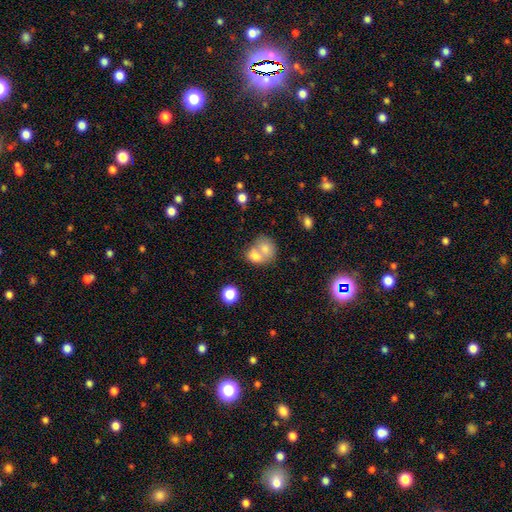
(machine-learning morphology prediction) smooth 72%, featured or disk 19%, star or artifact 9%. Down the decision tree: how rounded — round (50%); merging — merger (68%).